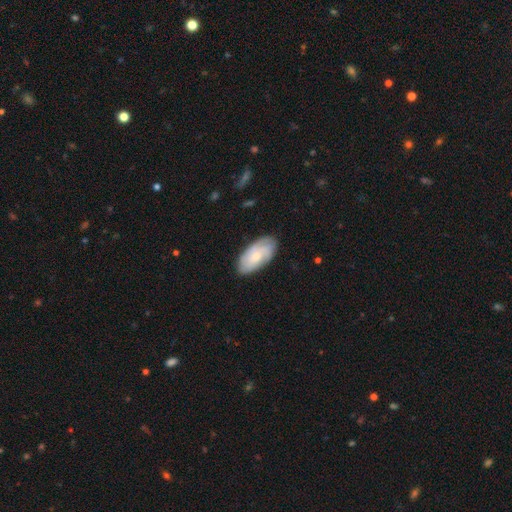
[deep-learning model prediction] featured or disk 50%, smooth 44%, star or artifact 6%. Down the decision tree: merging — none (76%).